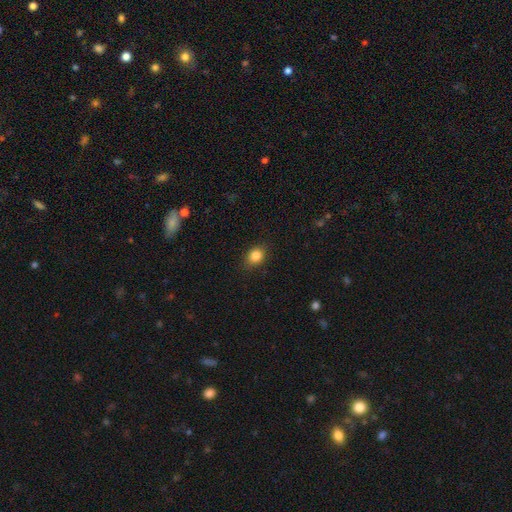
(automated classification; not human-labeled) This is clearly a smooth galaxy (85%). How rounded: possibly in between (55%). Merging: clearly none (84%).